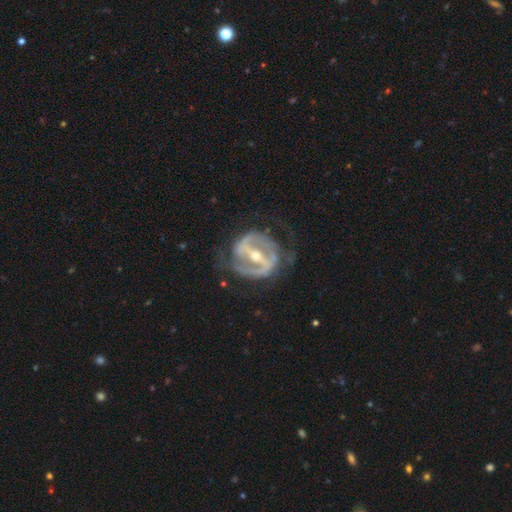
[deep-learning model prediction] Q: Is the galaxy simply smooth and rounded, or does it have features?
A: featured or disk — 90%.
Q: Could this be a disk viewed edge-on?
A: no — 94%.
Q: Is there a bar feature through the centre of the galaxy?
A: strong — 78%.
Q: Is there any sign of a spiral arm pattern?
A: yes — 86%.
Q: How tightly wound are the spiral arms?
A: medium — 44%.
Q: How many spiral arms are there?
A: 2 — 80%.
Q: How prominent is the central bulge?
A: moderate — 49%.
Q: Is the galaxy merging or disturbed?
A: none — 65%.